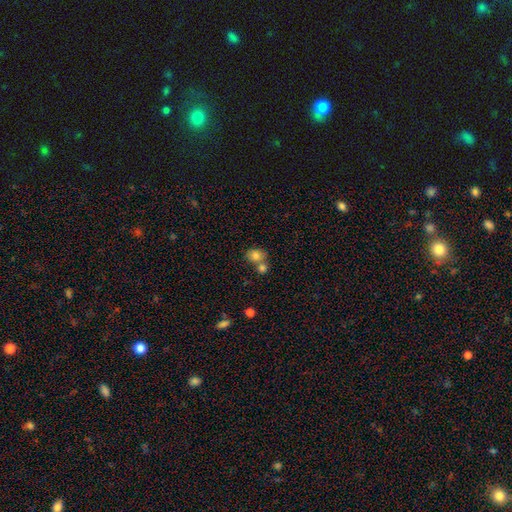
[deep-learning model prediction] A smooth galaxy with no disk features (81%) that is round (57%). Merging: none (47%).